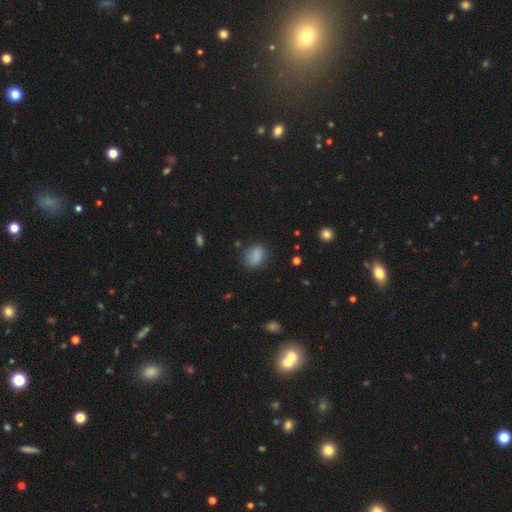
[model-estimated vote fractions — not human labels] Smooth or featured? smooth (84%)
How rounded? in between (66%)
Merging? none (74%)